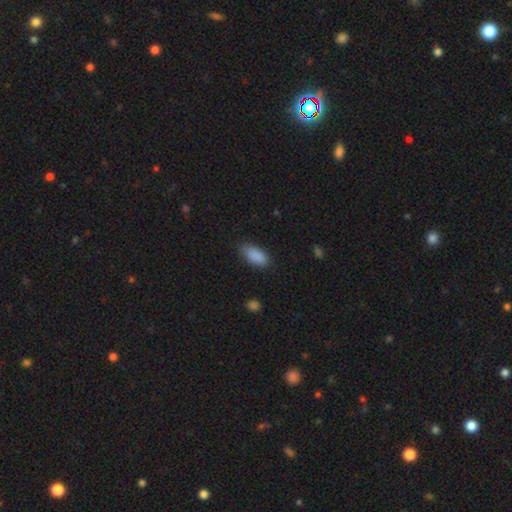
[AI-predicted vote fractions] A smooth galaxy with no disk features (89%) that is in between round and cigar-shaped (90%). Merging: none (82%).